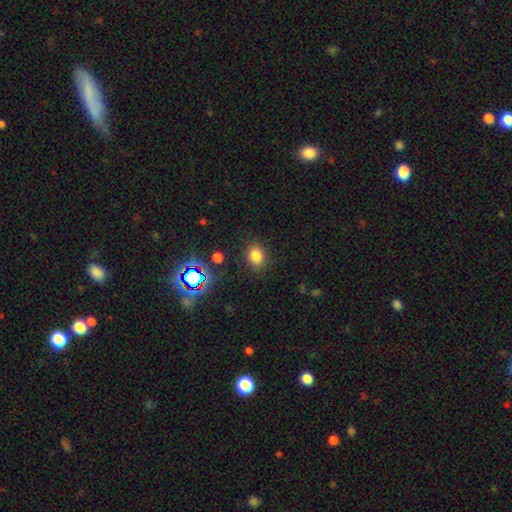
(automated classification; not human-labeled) smooth_or_featured: smooth (p=0.78) [alt: star or artifact p=0.16]
how_rounded: in between (p=0.53) [alt: round p=0.46]
merging: none (p=0.84) [alt: minor disturbance p=0.10]